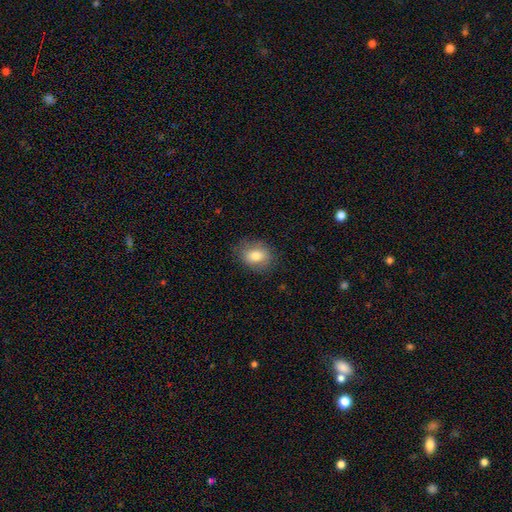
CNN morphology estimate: Smooth or featured?
  - smooth: 79% *
  - featured or disk: 13%
  - star or artifact: 8%
How rounded?
  - in between: 64% *
  - round: 35%
  - cigar-shaped: 1%
Merging?
  - none: 79% *
  - minor disturbance: 15%
  - major disturbance: 4%
  - merger: 1%